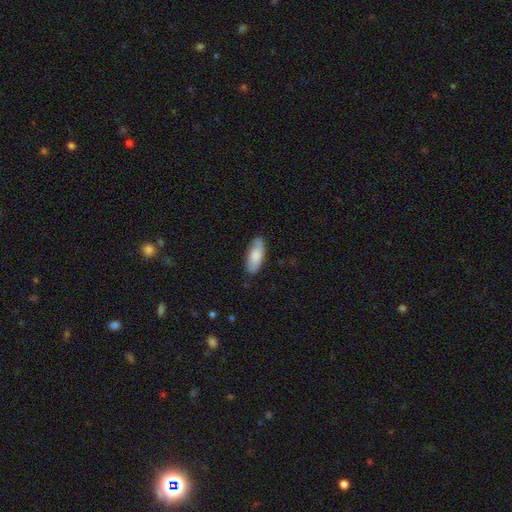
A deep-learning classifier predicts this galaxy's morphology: type=smooth (78%); roundness=in between (77%); merging=none (83%).